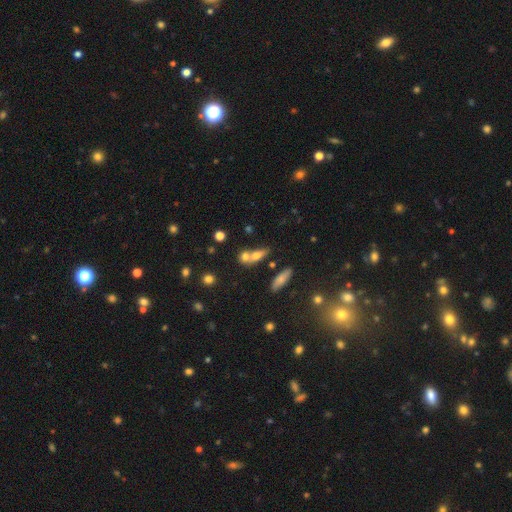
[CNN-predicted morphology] Q: Smooth or featured?
A: smooth (65%); runner-up: featured or disk (23%)
Q: How rounded?
A: in between (52%); runner-up: cigar-shaped (25%)
Q: Merging?
A: merger (50%); runner-up: none (36%)